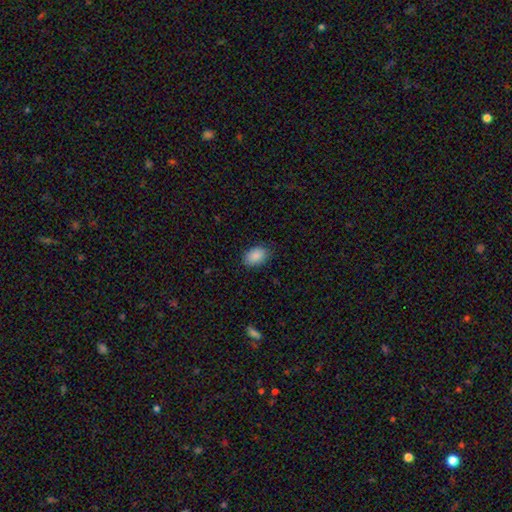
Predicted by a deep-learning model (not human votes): Morphology: type=smooth (89%); roundness=in between (87%); merging=none (85%).